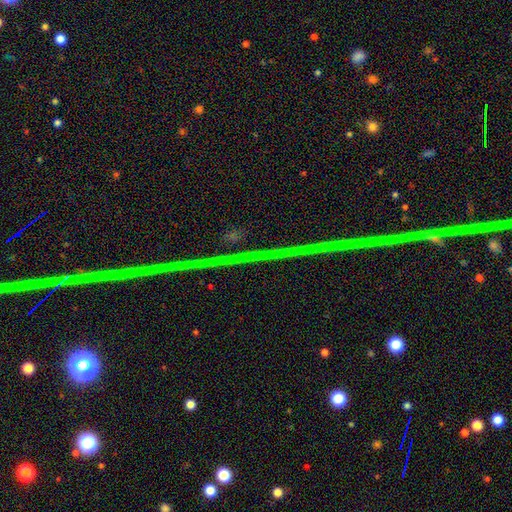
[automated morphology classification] This is clearly a star or artifact rather than a galaxy (87%).